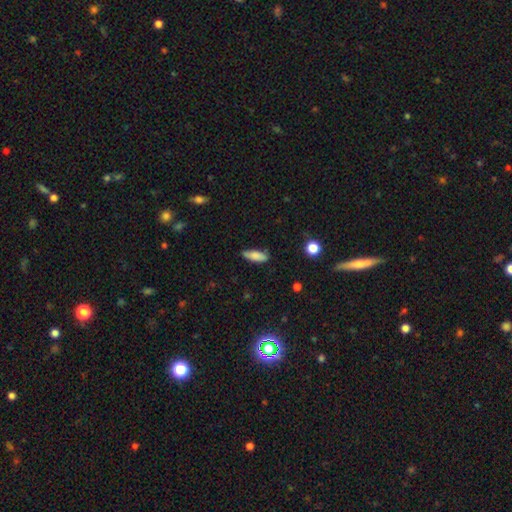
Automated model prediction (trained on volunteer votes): smooth-or-featured: smooth: 81% | featured or disk: 11% | star or artifact: 7%
  how-rounded: in between: 65% | cigar-shaped: 33% | round: 2%
  merging: none: 73% | minor disturbance: 21% | major disturbance: 4% | merger: 2%